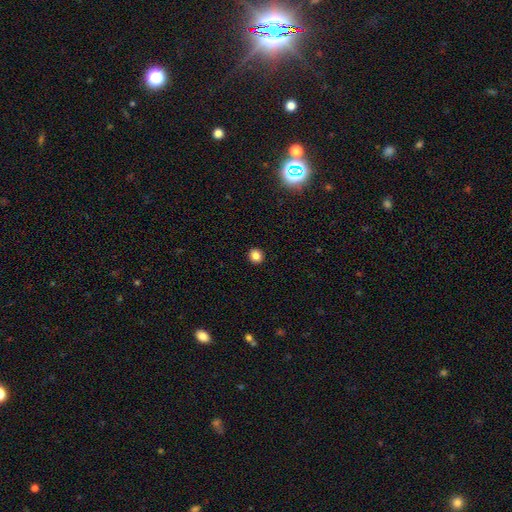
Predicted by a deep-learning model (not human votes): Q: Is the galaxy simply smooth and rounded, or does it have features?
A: smooth — 85%.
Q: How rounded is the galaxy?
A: round — 86%.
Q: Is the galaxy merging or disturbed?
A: none — 93%.